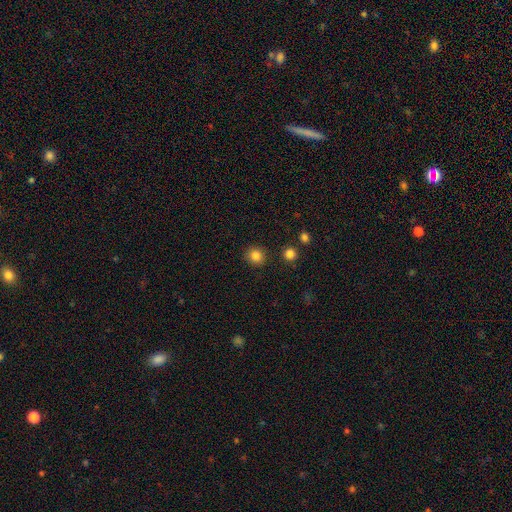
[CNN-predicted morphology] A smooth galaxy with no disk features (84%) that is round (89%).

Vote fractions:
- Smooth or featured? smooth: 84% / star or artifact: 12% / featured or disk: 4%
- How rounded? round: 89% / in between: 10% / cigar-shaped: 1%
- Merging? none: 90% / minor disturbance: 6% / merger: 2% / major disturbance: 2%